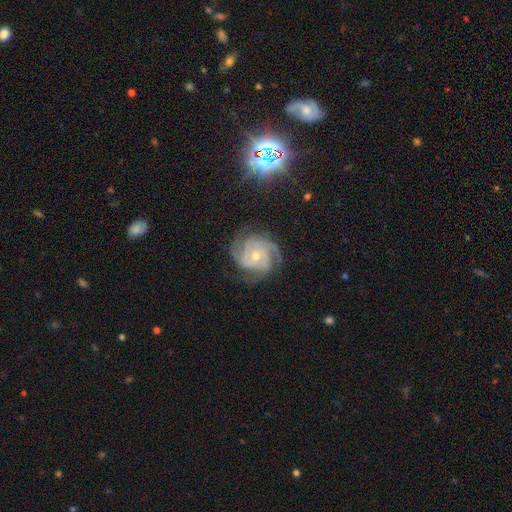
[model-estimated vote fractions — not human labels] Morphology: type=featured or disk (90%); edge-on=no (98%); bar=no (68%); spiral arms=yes (98%); winding=tight (64%); arm count=3 (54%); bulge=moderate (51%); merging=none (75%).